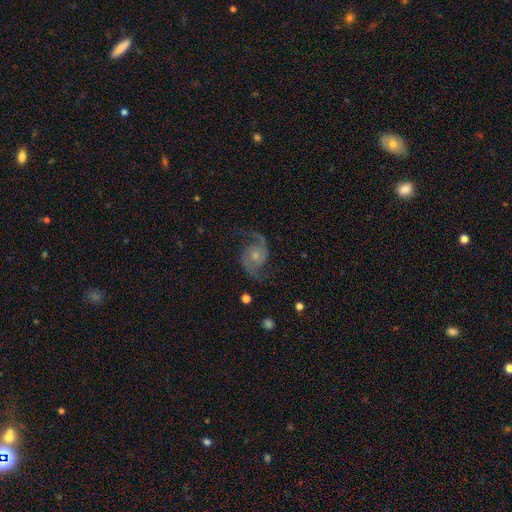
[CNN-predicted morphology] Overall: featured or disk (89%). Edge-on disk: no (98%). Bar: no (68%). Spiral arms: yes (97%). Spiral arm count: 2 (94%). Spiral winding: loose (49%; medium 42%). Bulge size: small (46%; moderate 42%). Merging: none (75%).